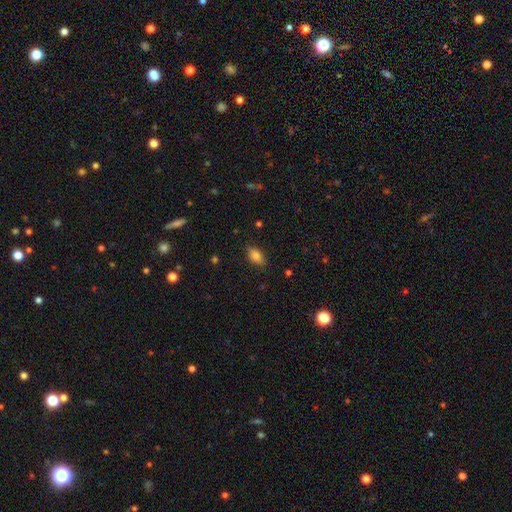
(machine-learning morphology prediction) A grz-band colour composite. It shows a smooth galaxy with no disk features (82%) that is in between round and cigar-shaped (89%). Merging: none (84%).